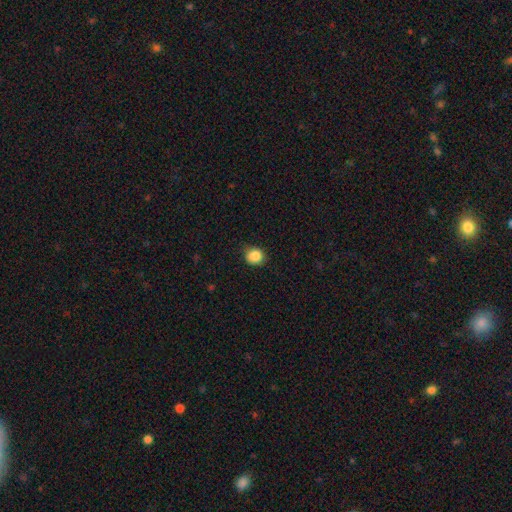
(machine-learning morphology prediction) This is clearly a smooth galaxy (86%). How rounded: clearly round (83%). Merging: clearly none (80%).